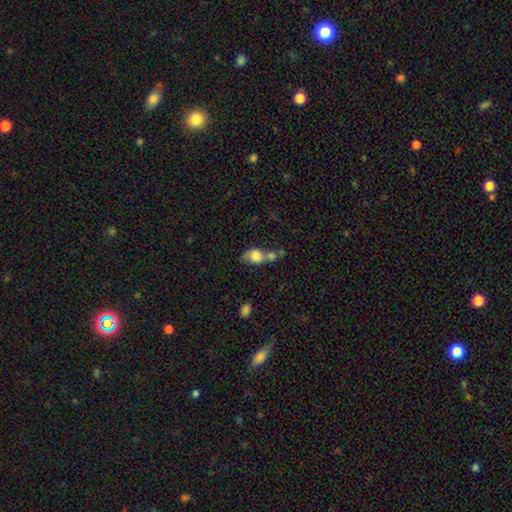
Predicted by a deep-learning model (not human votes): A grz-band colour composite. It shows a smooth galaxy with no disk features (74%) that is in between round and cigar-shaped (66%). Merging: merger (57%).